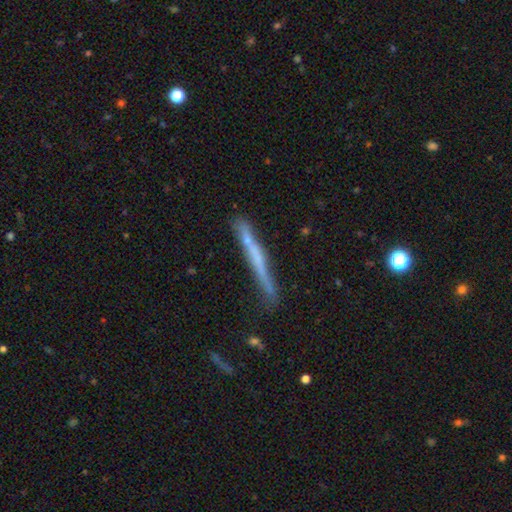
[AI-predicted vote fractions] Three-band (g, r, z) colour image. It shows a featured or disk galaxy (50%). Merging: none (73%).